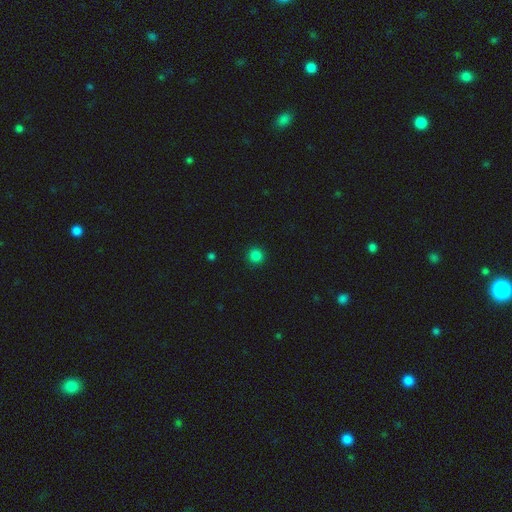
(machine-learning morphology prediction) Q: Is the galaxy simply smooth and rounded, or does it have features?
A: smooth — 84%.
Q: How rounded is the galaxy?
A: round — 95%.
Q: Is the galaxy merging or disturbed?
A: none — 92%.